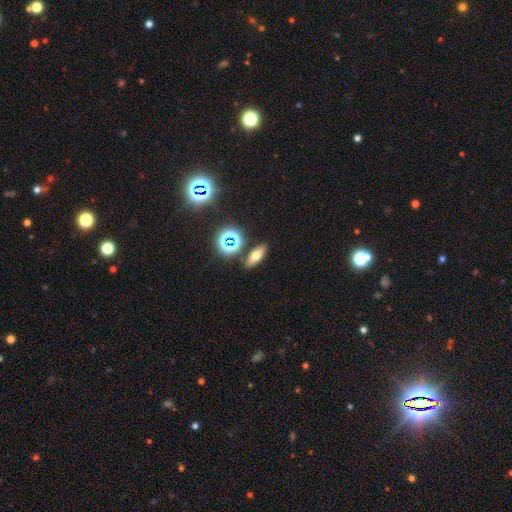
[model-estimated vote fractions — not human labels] smooth-or-featured: smooth: 60% | star or artifact: 20% | featured or disk: 20%
  how-rounded: in between: 63% | cigar-shaped: 24% | round: 13%
  merging: none: 85% | minor disturbance: 8% | merger: 5% | major disturbance: 3%